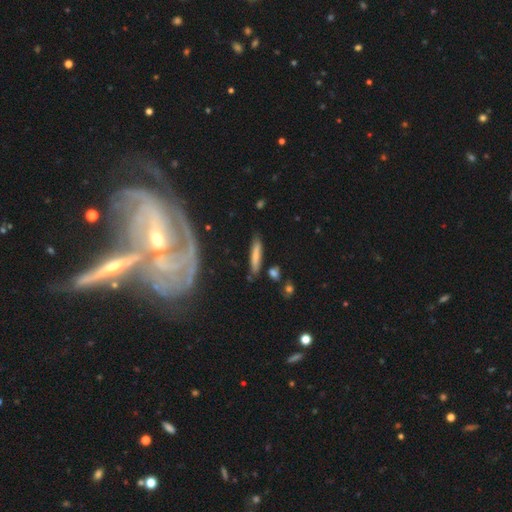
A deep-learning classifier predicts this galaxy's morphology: Q: Smooth or featured?
A: smooth (65%); runner-up: featured or disk (28%)
Q: How rounded?
A: cigar-shaped (84%); runner-up: in between (14%)
Q: Merging?
A: none (77%); runner-up: minor disturbance (15%)